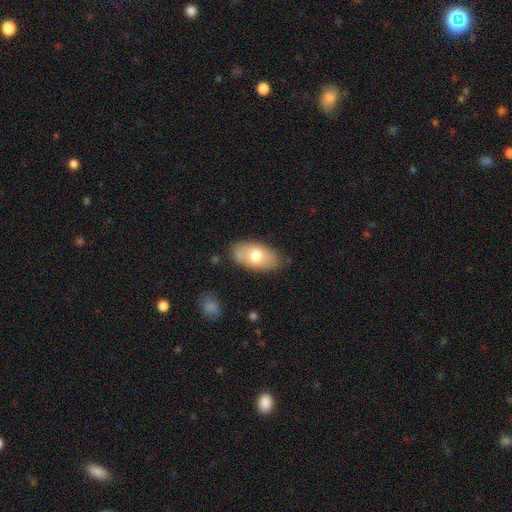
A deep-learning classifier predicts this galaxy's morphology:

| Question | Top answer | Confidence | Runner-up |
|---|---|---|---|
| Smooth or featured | smooth | 68% | featured or disk (25%) |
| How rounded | in between | 93% | round (5%) |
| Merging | none | 78% | minor disturbance (16%) |